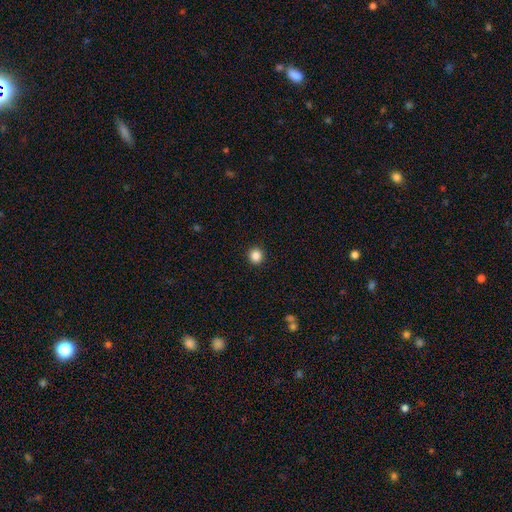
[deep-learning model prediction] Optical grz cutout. It shows a smooth galaxy with no disk features (86%) that is round (93%). Merging: none (93%).